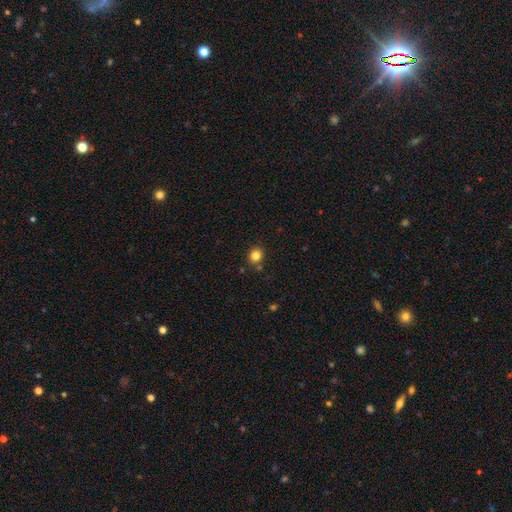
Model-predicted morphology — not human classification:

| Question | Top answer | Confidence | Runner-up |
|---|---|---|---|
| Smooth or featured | smooth | 82% | star or artifact (12%) |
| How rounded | round | 78% | in between (21%) |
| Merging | none | 84% | minor disturbance (9%) |